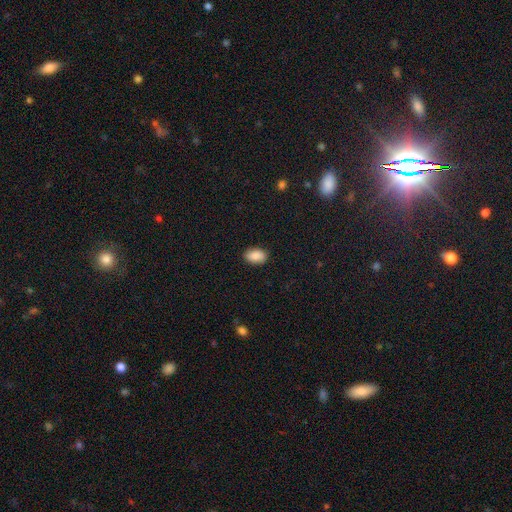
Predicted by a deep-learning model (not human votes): This is clearly a smooth galaxy (88%). How rounded: clearly in between (89%). Merging: clearly none (88%).